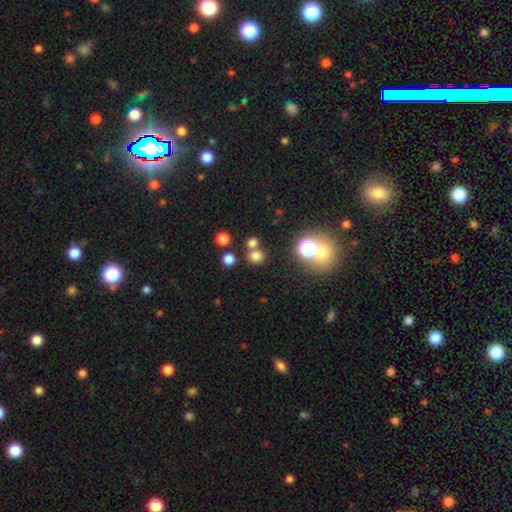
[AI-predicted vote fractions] A smooth galaxy with no disk features (71%) that is round (75%). Merging: none (64%).